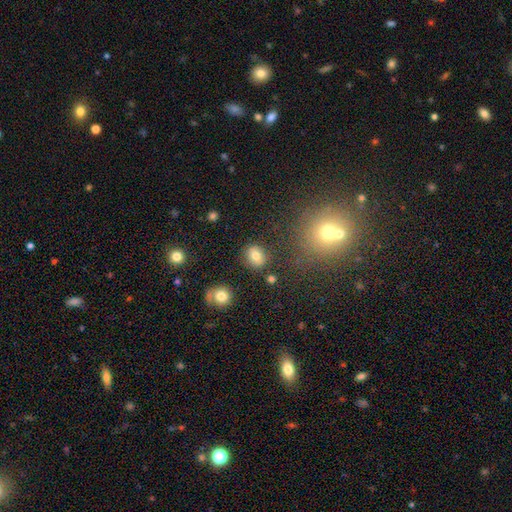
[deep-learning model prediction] A smooth galaxy with no disk features (77%) that is round (58%). Merging: none (85%).